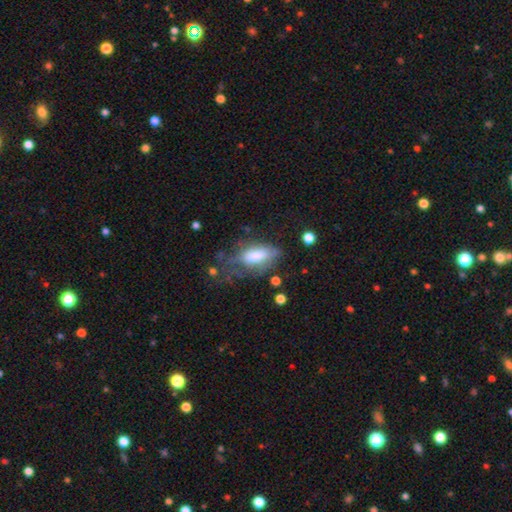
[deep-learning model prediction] Smooth or featured? Predicted: smooth (p=0.63). How rounded? Predicted: in between (p=0.85). Merging? Predicted: major disturbance (p=0.35).